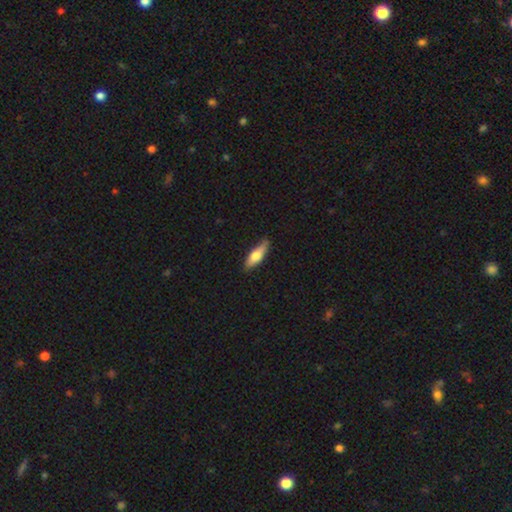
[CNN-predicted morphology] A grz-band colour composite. It shows a smooth galaxy with no disk features (61%) that is cigar-shaped (56%). Merging: none (81%).